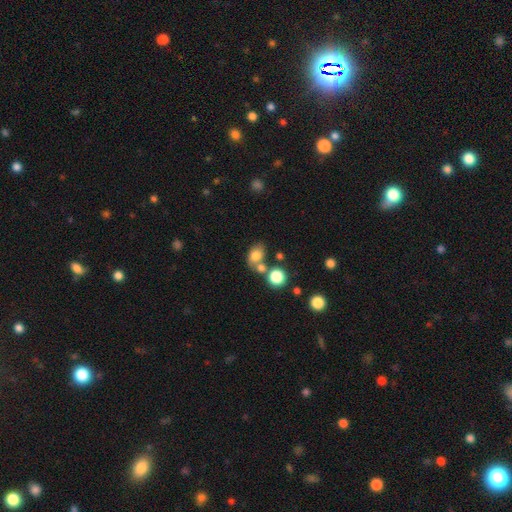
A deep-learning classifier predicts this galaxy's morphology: Q: Smooth or featured?
A: smooth (76%); runner-up: featured or disk (12%)
Q: How rounded?
A: in between (66%); runner-up: round (32%)
Q: Merging?
A: none (48%); runner-up: merger (31%)